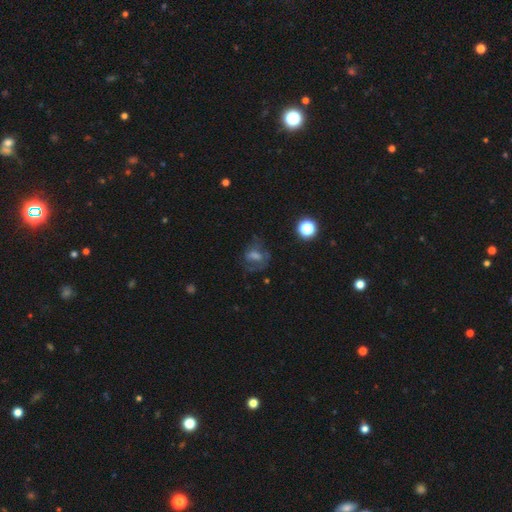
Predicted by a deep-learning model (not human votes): Overall: featured or disk (42%; smooth 36%). Merging: none (52%; major disturbance 25%).